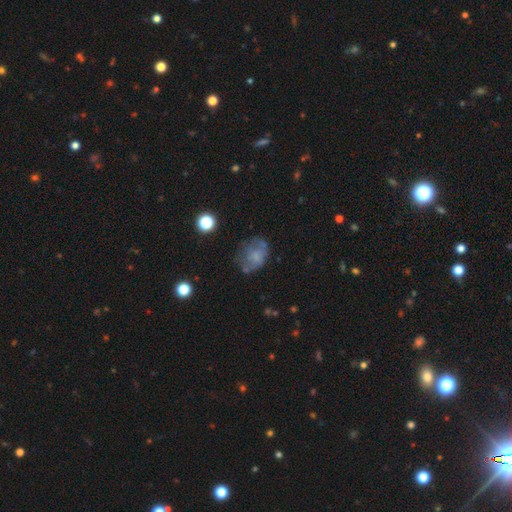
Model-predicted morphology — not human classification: This appears to be a smooth galaxy with no disk features (52%) that is in between round and cigar-shaped (63%). Merging: none (49%).